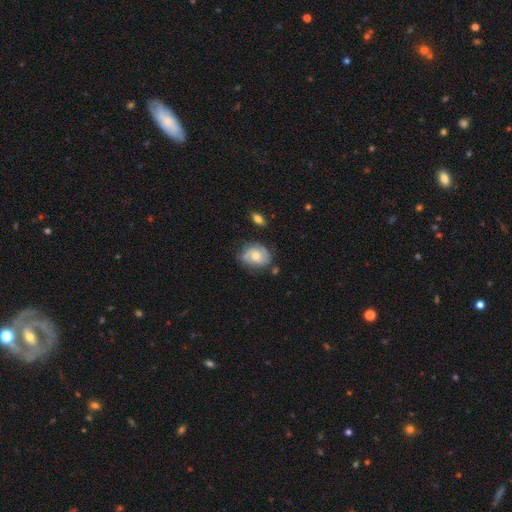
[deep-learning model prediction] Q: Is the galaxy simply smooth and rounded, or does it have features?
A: featured or disk — 52%.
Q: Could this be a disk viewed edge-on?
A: no — 96%.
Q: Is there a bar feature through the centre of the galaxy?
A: no — 71%.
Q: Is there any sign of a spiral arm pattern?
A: yes — 80%.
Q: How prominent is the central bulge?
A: moderate — 65%.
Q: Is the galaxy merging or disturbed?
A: none — 65%.